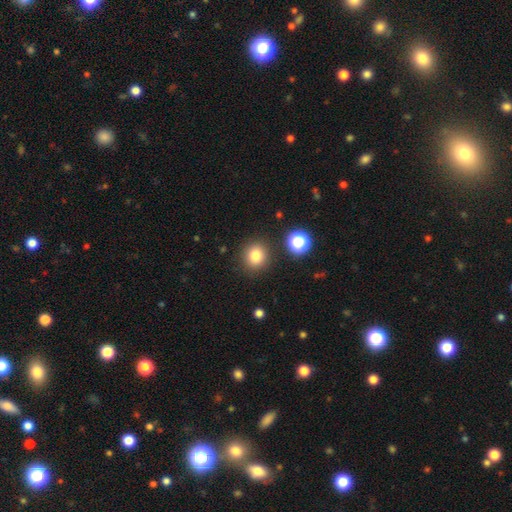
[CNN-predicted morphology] smooth-or-featured: smooth: 80% | star or artifact: 13% | featured or disk: 6%
  how-rounded: round: 87% | in between: 12% | cigar-shaped: 1%
  merging: none: 87% | minor disturbance: 7% | merger: 3% | major disturbance: 3%